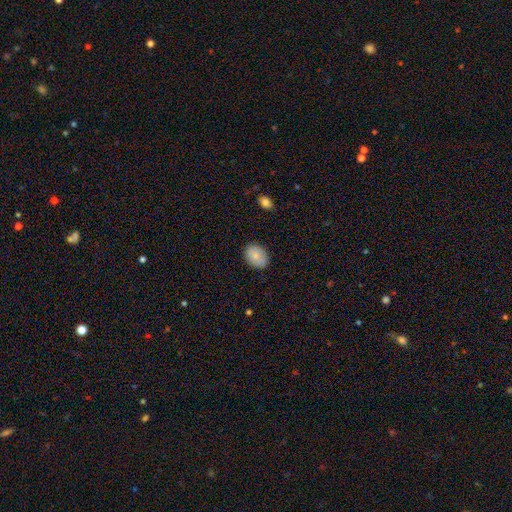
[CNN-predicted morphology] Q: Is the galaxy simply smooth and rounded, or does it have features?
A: smooth — 81%.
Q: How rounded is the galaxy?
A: in between — 67%.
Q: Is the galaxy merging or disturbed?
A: none — 86%.